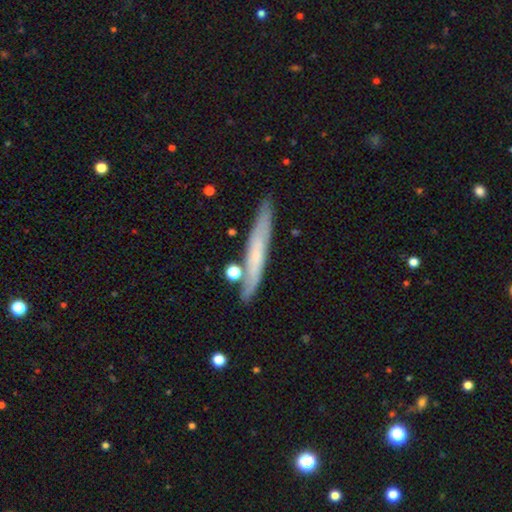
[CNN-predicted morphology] A featured or disk galaxy (47%). Merging: none (77%).